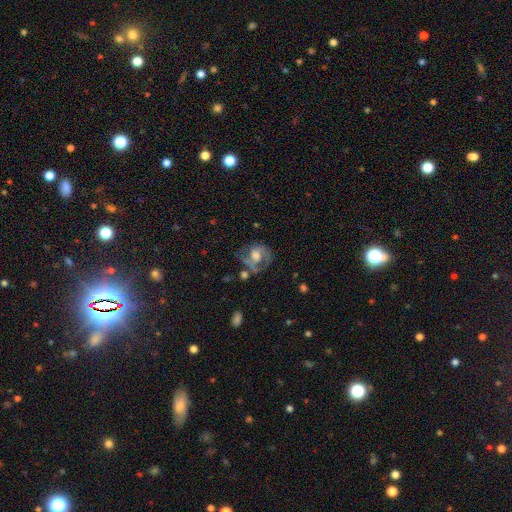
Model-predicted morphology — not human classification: featured or disk 64%, smooth 28%, star or artifact 8%. Down the decision tree: edge-on disk — no (97%); bar — no (59%); spiral arms — yes (70%); bulge size — moderate (48%); merging — none (48%).